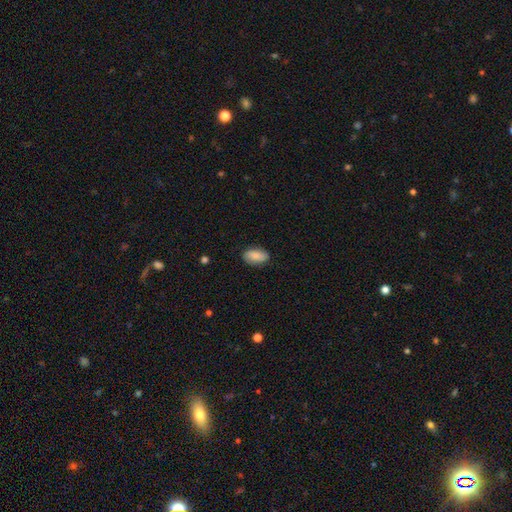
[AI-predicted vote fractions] This is likely a smooth galaxy (80%). How rounded: clearly in between (93%). Merging: clearly none (84%).